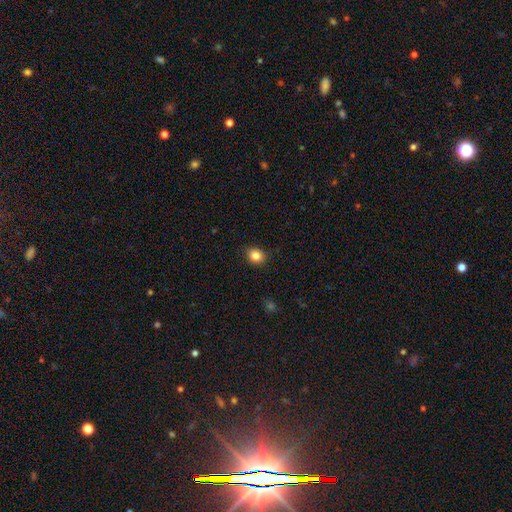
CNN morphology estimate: Overall: smooth (84%). How rounded: round (66%; in between 33%). Merging: none (88%).